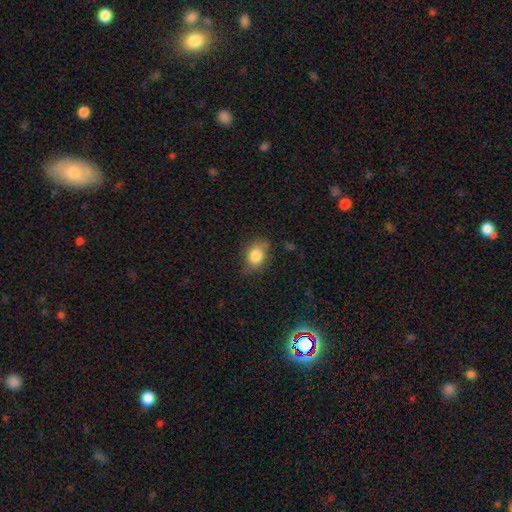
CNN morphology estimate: smooth-or-featured: smooth: 83% | star or artifact: 9% | featured or disk: 8%
  how-rounded: in between: 60% | round: 38% | cigar-shaped: 1%
  merging: none: 68% | minor disturbance: 24% | major disturbance: 6% | merger: 2%